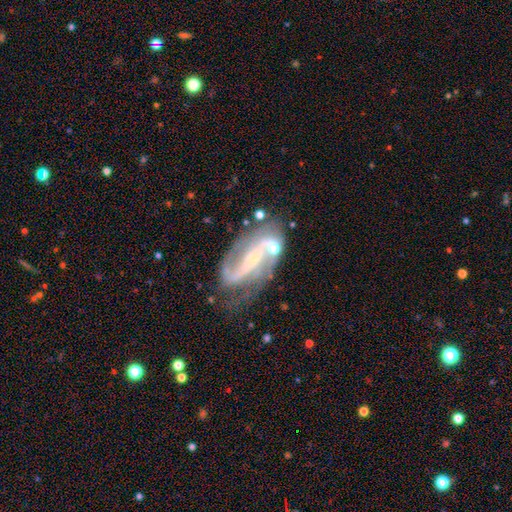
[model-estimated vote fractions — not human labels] This appears to be a featured or disk galaxy (86%) with a strong bar (45%), 2 (82%) medium (45%) spiral arms (94%) and a small central bulge (64%). Merging: none (58%).